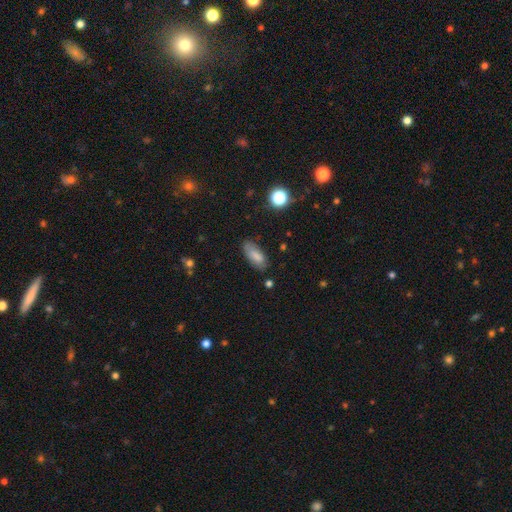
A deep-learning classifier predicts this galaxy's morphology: A smooth galaxy with no disk features (81%) that is in between round and cigar-shaped (84%). Merging: none (77%).